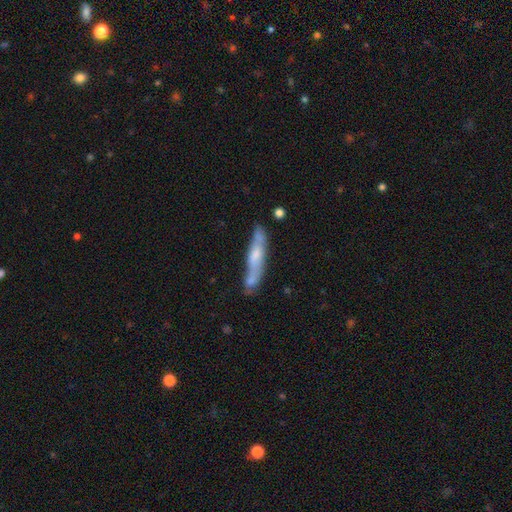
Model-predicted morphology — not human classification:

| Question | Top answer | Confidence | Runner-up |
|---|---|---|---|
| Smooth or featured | smooth | 48% | featured or disk (45%) |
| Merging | none | 59% | minor disturbance (21%) |